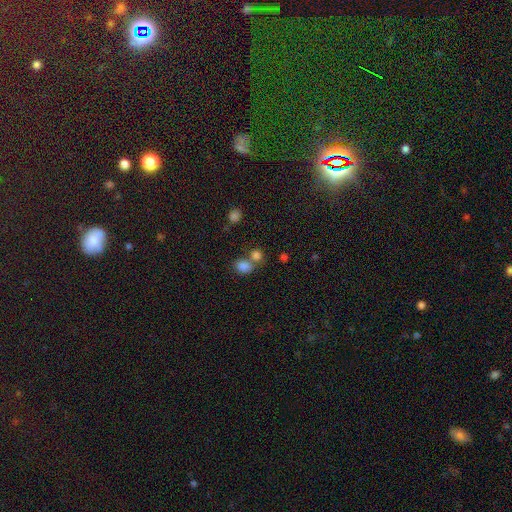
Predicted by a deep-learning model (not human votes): smooth_or_featured: star or artifact (p=0.59) [alt: smooth p=0.32]